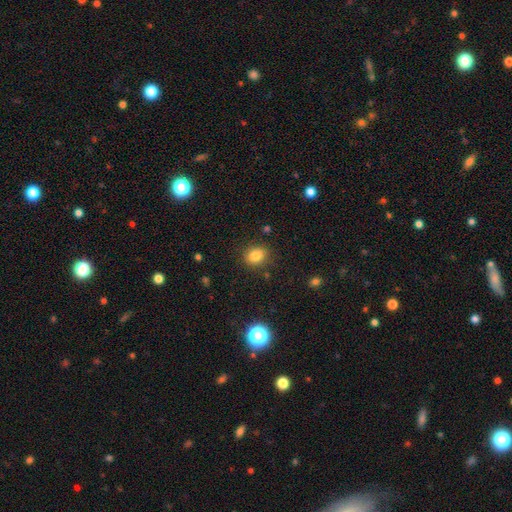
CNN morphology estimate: This is clearly a smooth galaxy (82%). How rounded: possibly round (59%). Merging: clearly none (85%).